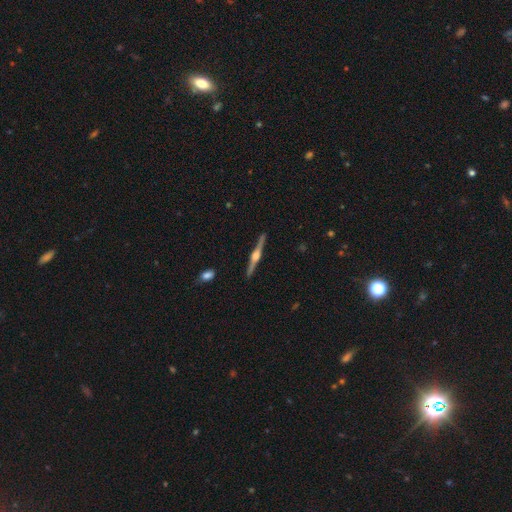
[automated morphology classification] Smooth or featured? Predicted: featured or disk (p=0.86). Edge-on disk? Predicted: yes (p=0.99). Edge-on bulge? Predicted: rounded (p=0.92). Merging? Predicted: none (p=0.92).